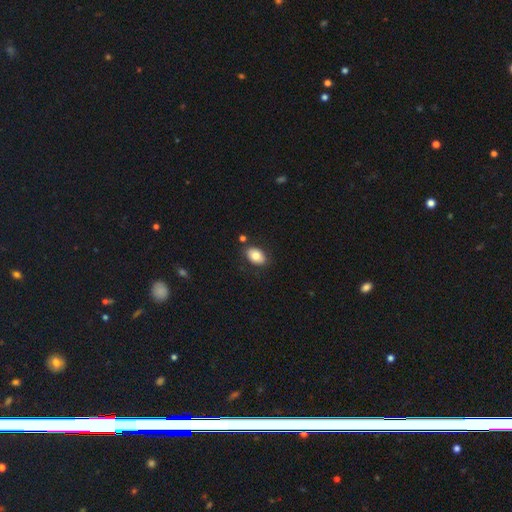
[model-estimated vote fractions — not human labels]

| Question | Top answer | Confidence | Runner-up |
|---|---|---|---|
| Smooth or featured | smooth | 80% | featured or disk (12%) |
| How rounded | in between | 88% | round (10%) |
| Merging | none | 82% | minor disturbance (11%) |